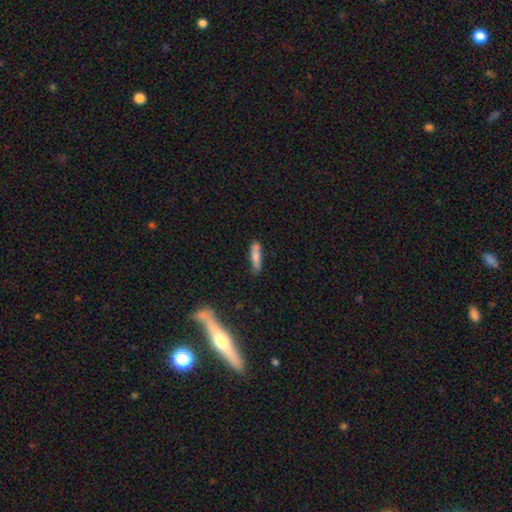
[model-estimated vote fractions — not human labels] Smooth or featured?
  - smooth: 77% *
  - featured or disk: 16%
  - star or artifact: 7%
How rounded?
  - cigar-shaped: 79% *
  - in between: 20%
  - round: 2%
Merging?
  - none: 75% *
  - minor disturbance: 17%
  - merger: 4%
  - major disturbance: 3%